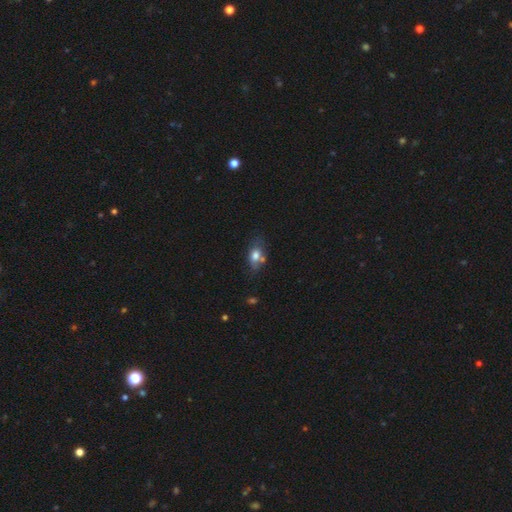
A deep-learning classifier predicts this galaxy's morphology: smooth_or_featured: smooth (p=0.73) [alt: featured or disk p=0.18]
how_rounded: in between (p=0.80) [alt: round p=0.17]
merging: none (p=0.54) [alt: minor disturbance p=0.22]